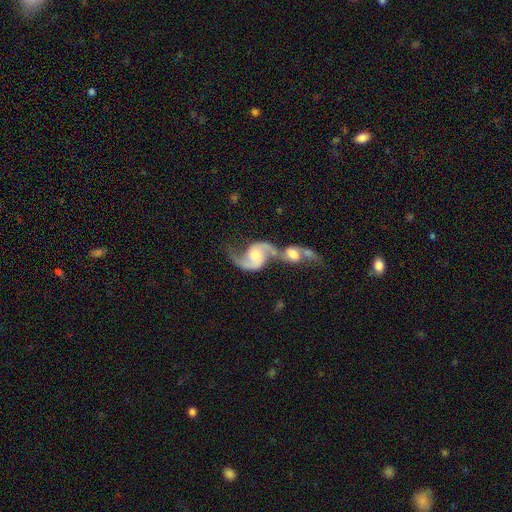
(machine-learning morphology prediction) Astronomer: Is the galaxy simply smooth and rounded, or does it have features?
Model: featured or disk — 87%.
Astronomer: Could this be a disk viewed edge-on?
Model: no — 97%.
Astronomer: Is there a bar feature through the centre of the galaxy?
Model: no — 52% (runner-up: weak, 37%).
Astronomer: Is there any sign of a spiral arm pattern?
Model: yes — 96%.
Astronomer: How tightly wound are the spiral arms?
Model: loose — 59% (runner-up: medium, 34%).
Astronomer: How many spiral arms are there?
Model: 2 — 89%.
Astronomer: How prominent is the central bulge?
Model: moderate — 54% (runner-up: small, 31%).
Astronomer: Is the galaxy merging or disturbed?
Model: merger — 70%.